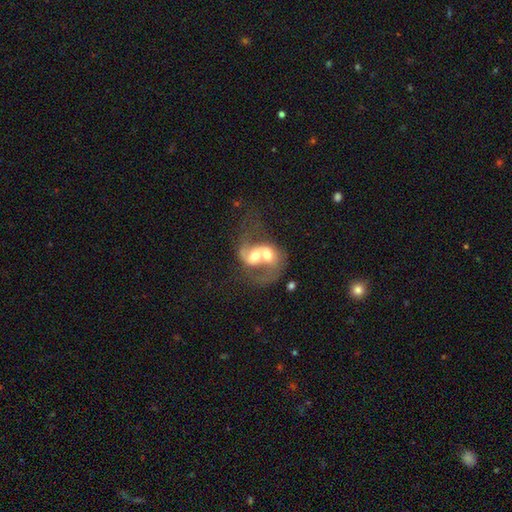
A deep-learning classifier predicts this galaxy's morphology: featured or disk 66%, smooth 27%, star or artifact 7%. Down the decision tree: edge-on disk — no (97%); bar — no (61%); spiral arms — yes (74%); bulge size — moderate (57%); merging — merger (77%).